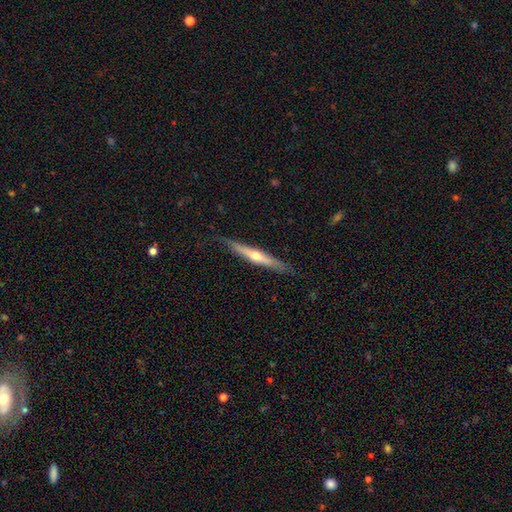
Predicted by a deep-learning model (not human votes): Smooth or featured: featured or disk — 63% (smooth — 31%)
Edge-on disk: yes — 95% (no — 5%)
Edge-on bulge: rounded — 83% (none — 14%)
Merging: none — 83% (minor disturbance — 13%)